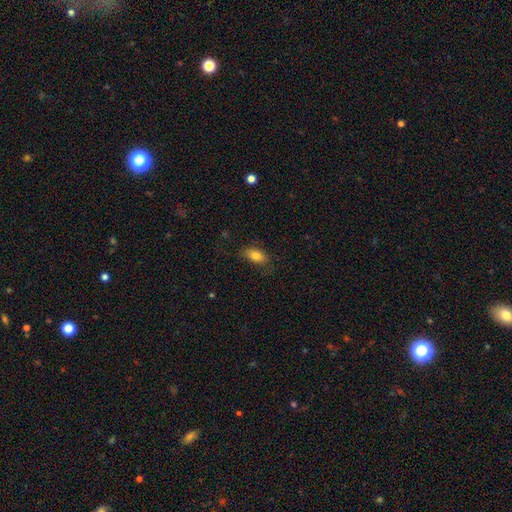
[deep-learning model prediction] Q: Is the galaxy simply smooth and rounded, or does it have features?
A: smooth — 82%.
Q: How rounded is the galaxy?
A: in between — 88%.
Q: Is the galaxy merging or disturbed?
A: none — 76%.